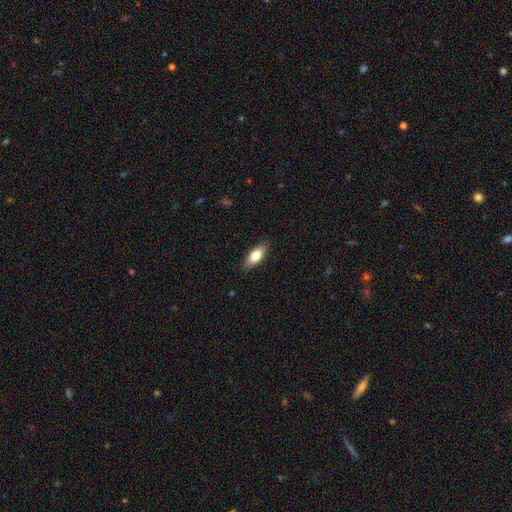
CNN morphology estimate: smooth-or-featured: smooth: 77% | featured or disk: 16% | star or artifact: 6%
  how-rounded: in between: 78% | cigar-shaped: 19% | round: 3%
  merging: none: 87% | minor disturbance: 10% | major disturbance: 2% | merger: 1%